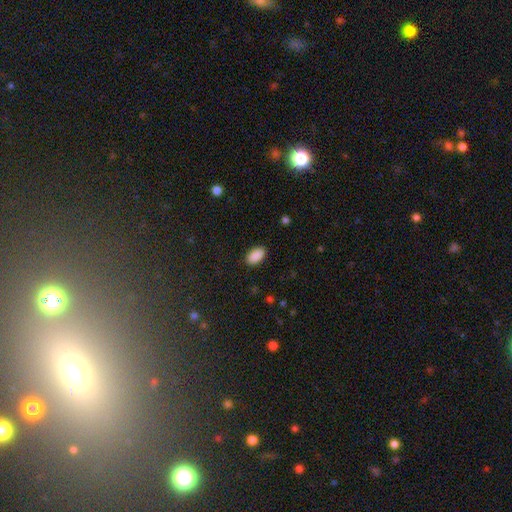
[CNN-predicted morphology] smooth 90%, star or artifact 7%, featured or disk 3%. Down the decision tree: how rounded — in between (94%); merging — none (88%).